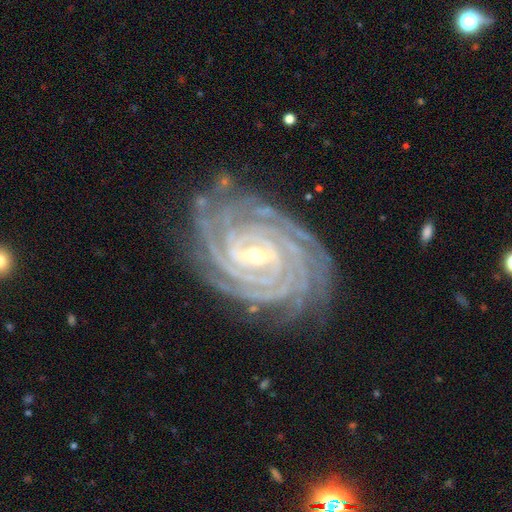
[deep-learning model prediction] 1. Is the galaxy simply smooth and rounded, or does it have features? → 93% featured or disk, 4% star or artifact, 3% smooth.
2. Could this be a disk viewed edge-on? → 98% no, 2% yes.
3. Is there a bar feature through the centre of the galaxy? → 42% weak, 38% strong, 19% no.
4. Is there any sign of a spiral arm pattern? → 99% yes, 1% no.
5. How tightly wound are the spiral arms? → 89% tight, 9% medium, 1% loose.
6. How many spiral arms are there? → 30% 4, 20% more than 4, 17% 3, 13% can't tell, 11% 2, 8% 1.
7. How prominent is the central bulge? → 63% small, 34% moderate, 1% large, 1% none, 1% dominant.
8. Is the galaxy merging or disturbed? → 81% none, 14% minor disturbance, 3% major disturbance, 1% merger.